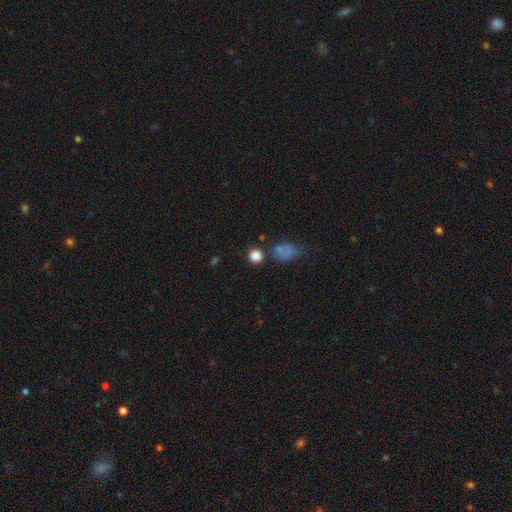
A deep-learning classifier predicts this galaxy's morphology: The model was most divided on "merging": none: 73%, merger: 11%, minor disturbance: 11%, major disturbance: 5%. More confident: how rounded — round (87%); smooth or featured — smooth (82%).